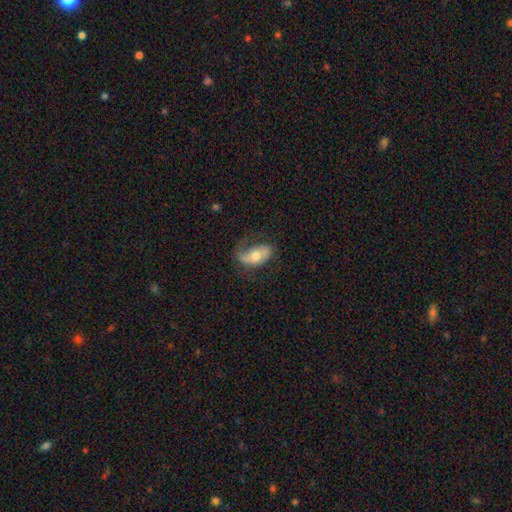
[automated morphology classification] smooth_or_featured: featured or disk (p=0.57) [alt: smooth p=0.35]
disk_edge_on: no (p=0.92) [alt: yes p=0.08]
bar: no (p=0.58) [alt: weak p=0.26]
has_spiral_arms: yes (p=0.78) [alt: no p=0.22]
bulge_size: moderate (p=0.68) [alt: small p=0.22]
merging: none (p=0.50) [alt: minor disturbance p=0.26]